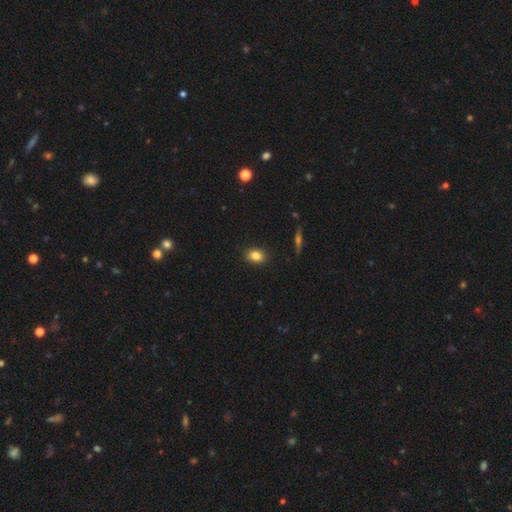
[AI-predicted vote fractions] Smooth or featured? Predicted: smooth (p=0.83). How rounded? Predicted: in between (p=0.64). Merging? Predicted: none (p=0.89).